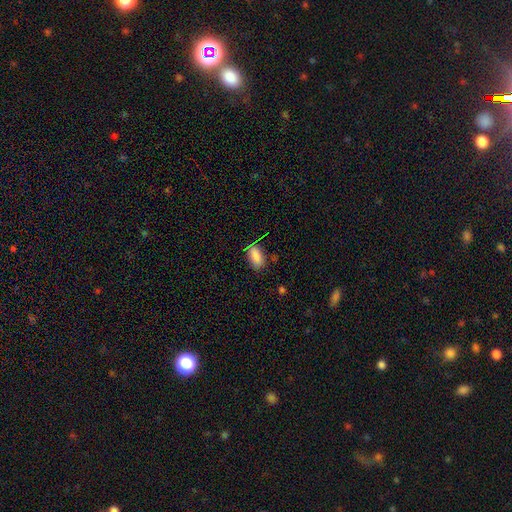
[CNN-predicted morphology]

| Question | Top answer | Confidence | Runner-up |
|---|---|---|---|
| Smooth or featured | smooth | 86% | star or artifact (9%) |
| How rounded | in between | 91% | round (4%) |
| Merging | none | 72% | minor disturbance (21%) |